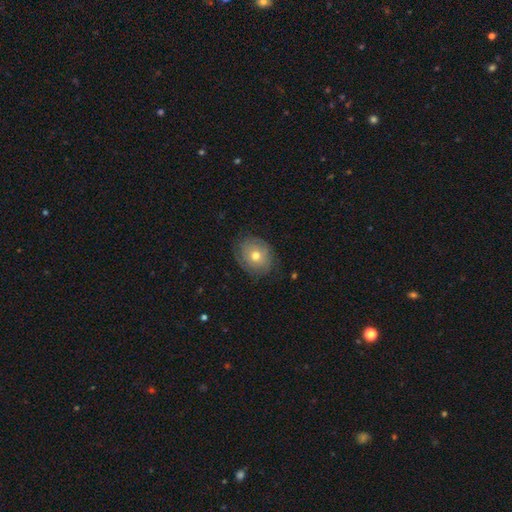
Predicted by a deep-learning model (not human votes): The model was most divided on "smooth or featured": smooth: 52%, featured or disk: 38%, star or artifact: 9%. More confident: merging — none (74%); how rounded — round (62%).